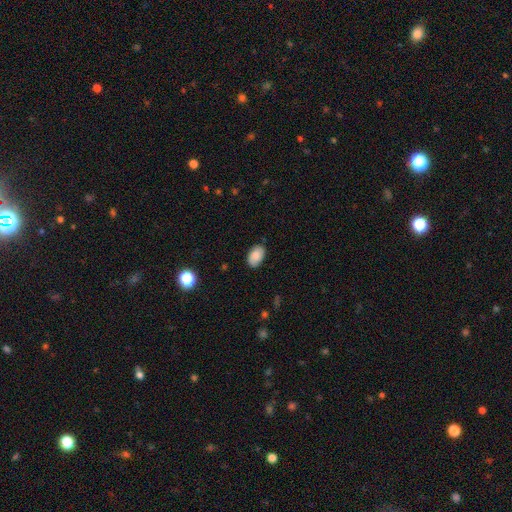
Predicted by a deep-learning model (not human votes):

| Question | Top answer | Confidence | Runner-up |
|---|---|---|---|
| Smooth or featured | smooth | 86% | star or artifact (7%) |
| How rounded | in between | 92% | round (7%) |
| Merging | none | 84% | minor disturbance (12%) |